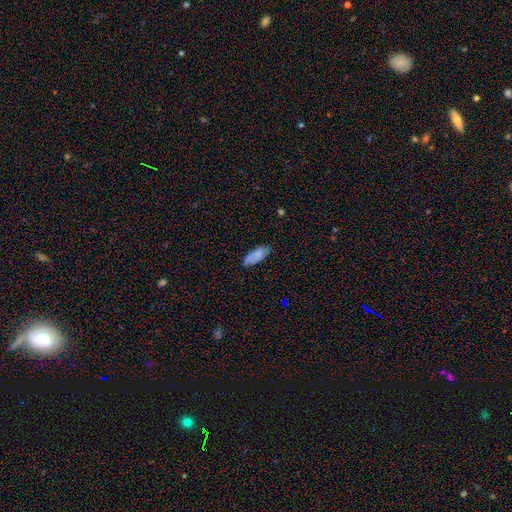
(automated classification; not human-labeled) Smooth or featured?
  - smooth: 79% *
  - featured or disk: 12%
  - star or artifact: 8%
How rounded?
  - in between: 80% *
  - cigar-shaped: 18%
  - round: 2%
Merging?
  - none: 75% *
  - minor disturbance: 19%
  - major disturbance: 4%
  - merger: 2%